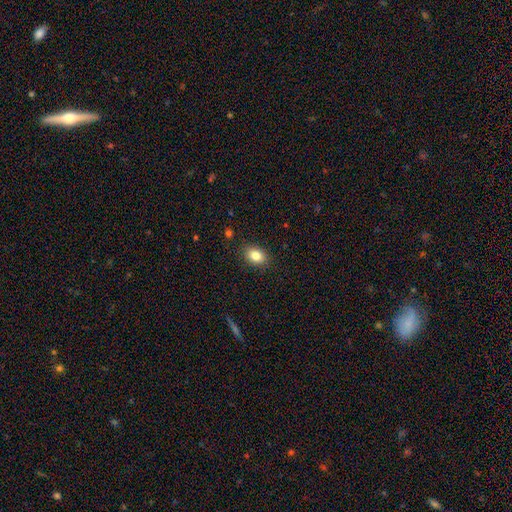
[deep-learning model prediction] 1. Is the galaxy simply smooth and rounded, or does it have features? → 83% smooth, 9% star or artifact, 8% featured or disk.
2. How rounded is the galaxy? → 75% in between, 23% round, 1% cigar-shaped.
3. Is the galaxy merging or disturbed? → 87% none, 9% minor disturbance, 2% major disturbance, 1% merger.